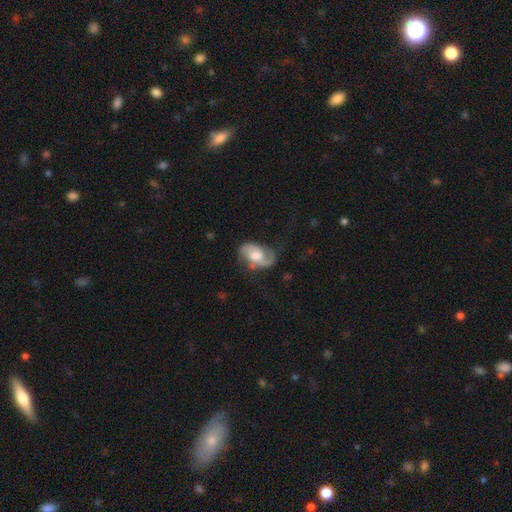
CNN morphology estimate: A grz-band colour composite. It shows a featured or disk galaxy (74%) with no bar (52%), 2 (89%) medium (46%) spiral arms (93%) and a moderate central bulge (52%). Merging: none (68%).